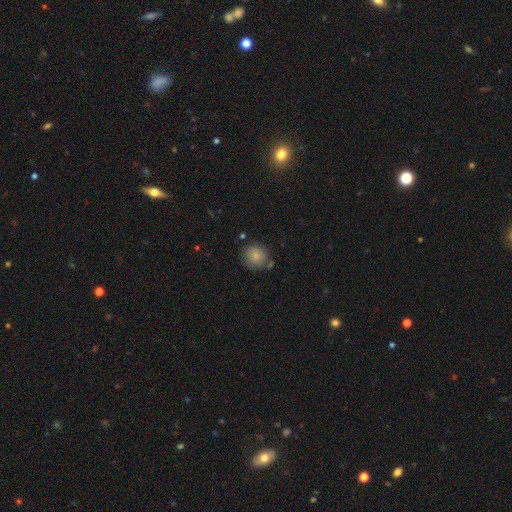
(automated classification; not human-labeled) A smooth galaxy with no disk features (83%) that is round (86%). Merging: none (75%).